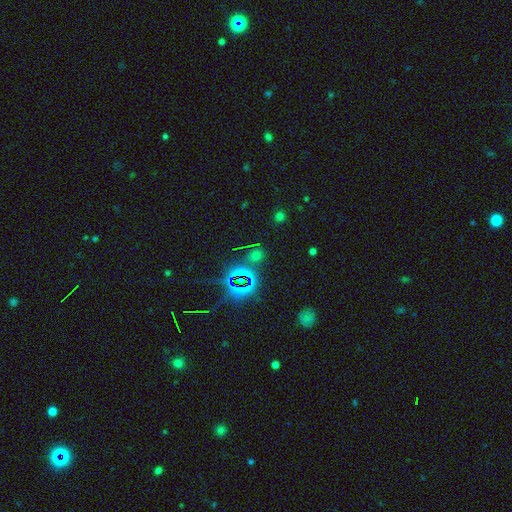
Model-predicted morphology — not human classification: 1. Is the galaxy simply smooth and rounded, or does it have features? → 59% star or artifact, 33% smooth, 7% featured or disk.